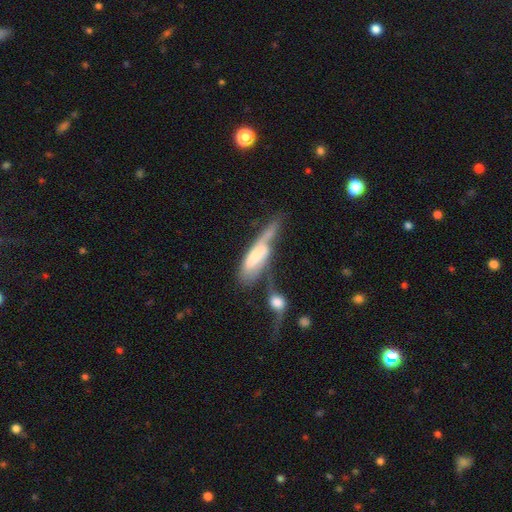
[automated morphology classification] Smooth or featured: featured or disk — 48% (smooth — 45%)
Merging: merger — 39% (major disturbance — 28%)